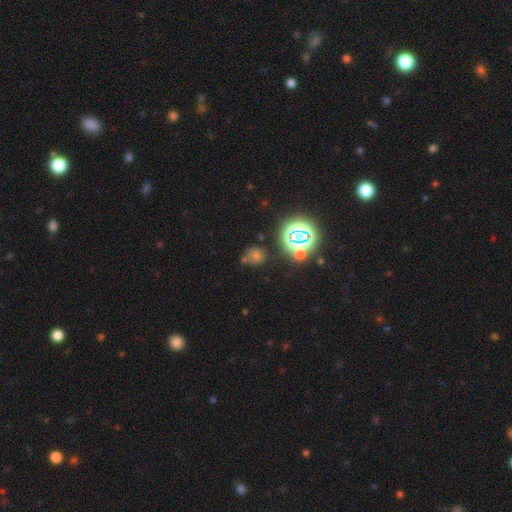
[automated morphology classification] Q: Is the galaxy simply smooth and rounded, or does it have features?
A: star or artifact — 55%.